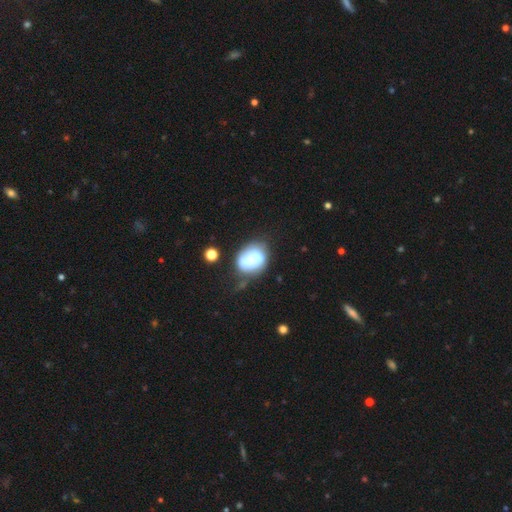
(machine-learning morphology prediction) Smooth or featured? Predicted: smooth (p=0.55). How rounded? Predicted: in between (p=0.62). Merging? Predicted: none (p=0.43).